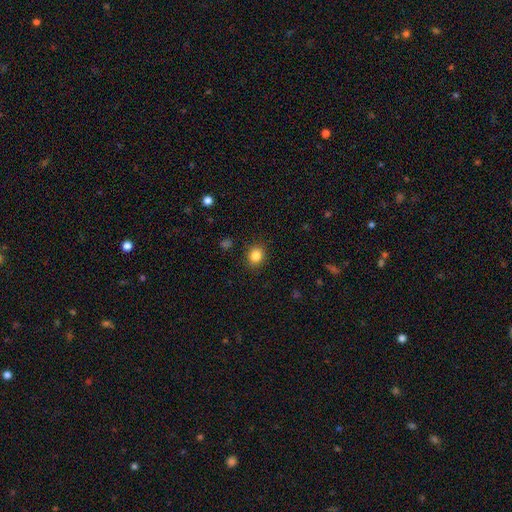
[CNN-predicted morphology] Smooth or featured? Predicted: smooth (p=0.84). How rounded? Predicted: round (p=0.69). Merging? Predicted: none (p=0.89).